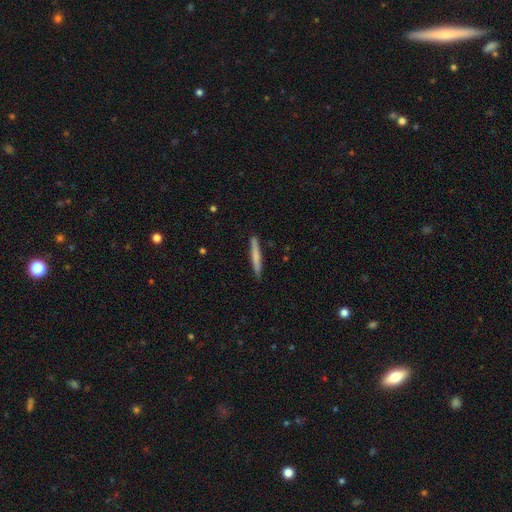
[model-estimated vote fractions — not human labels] Smooth or featured: smooth — 68% (featured or disk — 26%)
How rounded: cigar-shaped — 96% (in between — 3%)
Merging: none — 88% (minor disturbance — 9%)